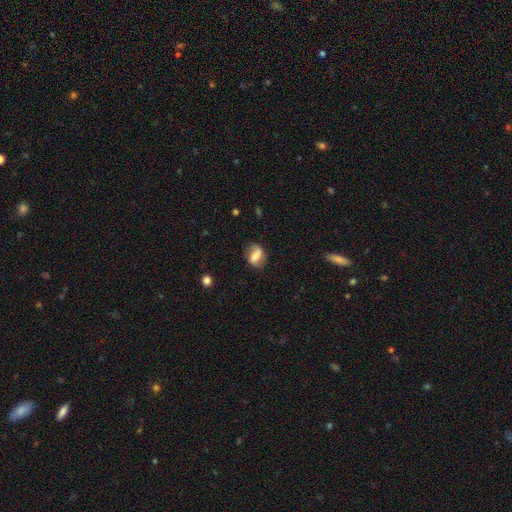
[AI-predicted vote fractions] A featured or disk galaxy (46%). Merging: none (74%).